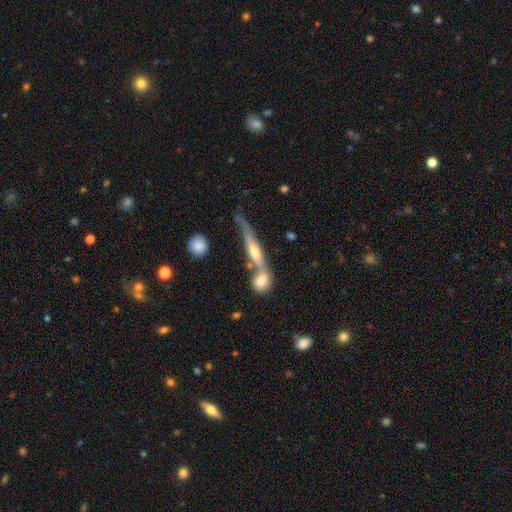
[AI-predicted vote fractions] Overall: featured or disk (70%). Edge-on disk: yes (93%). Edge-on bulge: rounded (87%). Merging: none (55%; merger 29%).